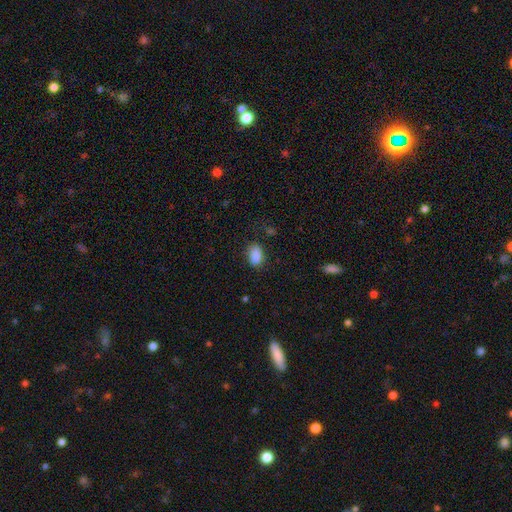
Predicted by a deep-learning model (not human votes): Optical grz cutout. It shows a smooth galaxy with no disk features (88%) that is in between round and cigar-shaped (88%). Merging: none (75%).